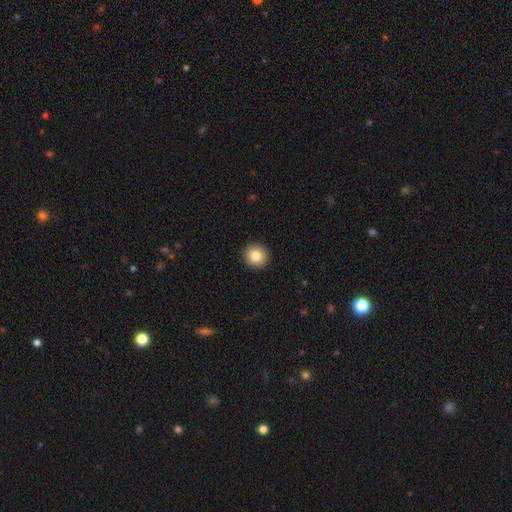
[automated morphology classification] smooth 84%, star or artifact 9%, featured or disk 7%. Down the decision tree: how rounded — round (94%); merging — none (93%).